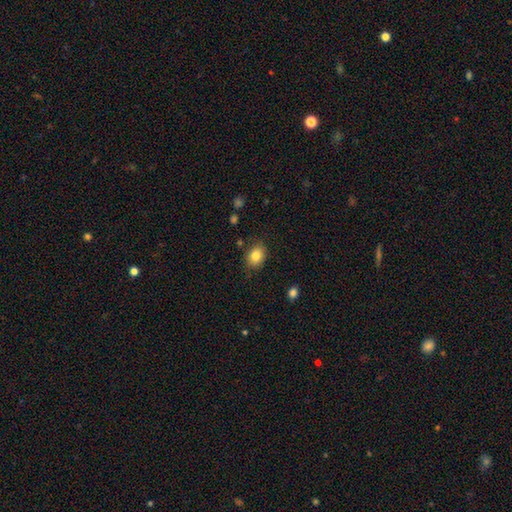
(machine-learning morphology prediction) smooth_or_featured: smooth (p=0.84) [alt: star or artifact p=0.09]
how_rounded: in between (p=0.59) [alt: round p=0.41]
merging: none (p=0.83) [alt: minor disturbance p=0.12]